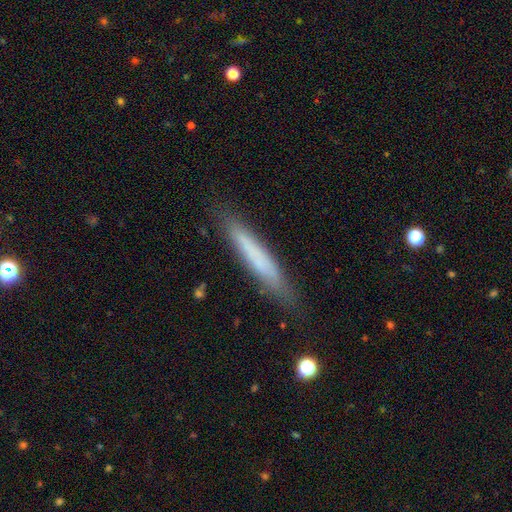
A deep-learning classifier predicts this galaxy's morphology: This appears to be a smooth galaxy with no disk features (64%) that is cigar-shaped (93%). Merging: none (84%).